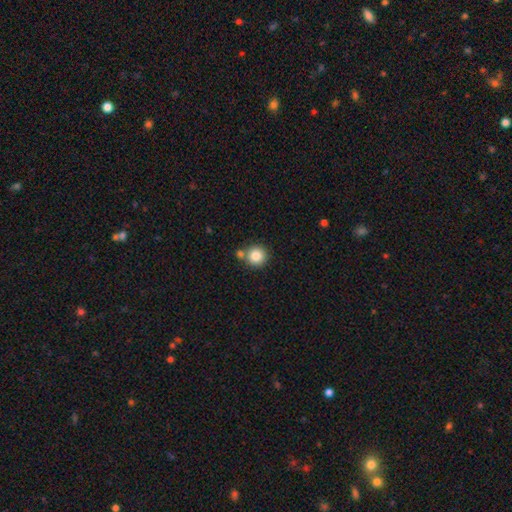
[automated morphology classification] type=smooth (84%); roundness=round (93%); merging=none (70%).